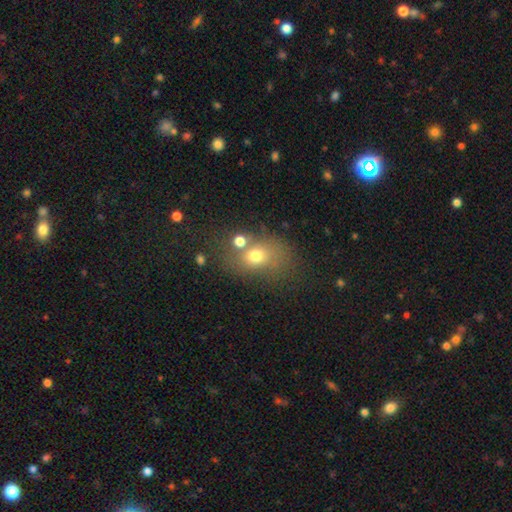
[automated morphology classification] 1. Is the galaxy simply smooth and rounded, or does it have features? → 68% smooth, 16% featured or disk, 16% star or artifact.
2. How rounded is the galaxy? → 59% in between, 39% round, 2% cigar-shaped.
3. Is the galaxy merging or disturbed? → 52% none, 23% merger, 16% minor disturbance, 9% major disturbance.